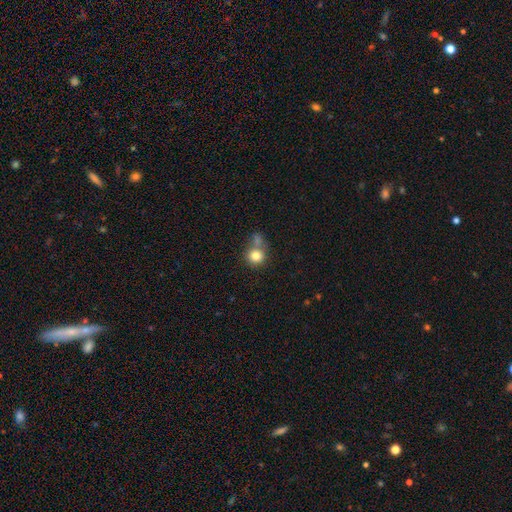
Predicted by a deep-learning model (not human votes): Overall: smooth (80%). How rounded: round (88%). Merging: none (52%; merger 30%).